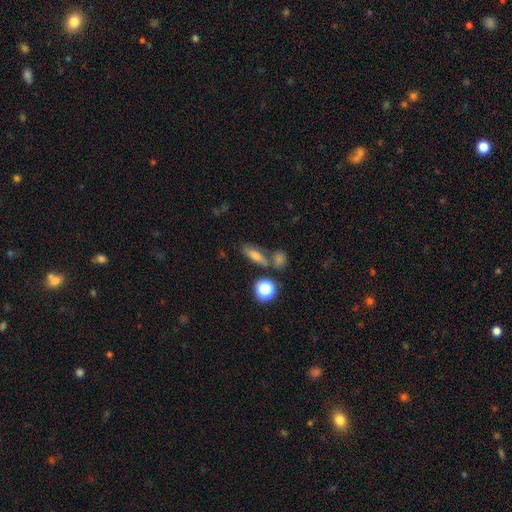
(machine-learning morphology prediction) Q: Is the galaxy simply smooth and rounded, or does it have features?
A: smooth — 66%.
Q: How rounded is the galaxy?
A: in between — 50%.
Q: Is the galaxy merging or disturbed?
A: none — 64%.